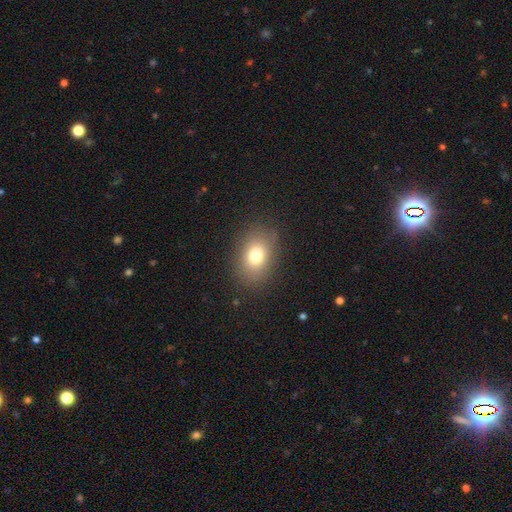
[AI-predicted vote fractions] smooth 75%, star or artifact 13%, featured or disk 12%. Down the decision tree: how rounded — in between (67%); merging — none (83%).